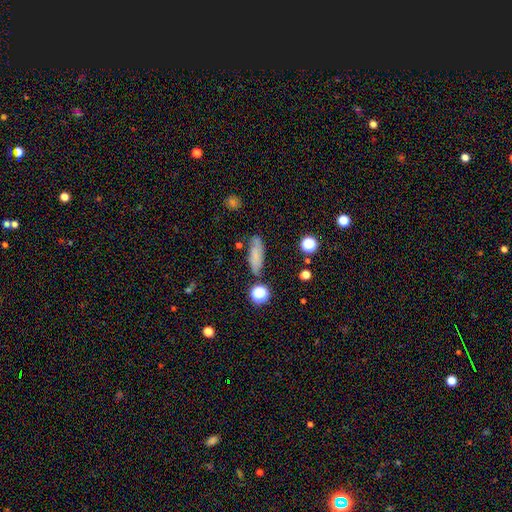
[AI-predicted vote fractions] Smooth or featured?
  - smooth: 69% *
  - featured or disk: 18%
  - star or artifact: 13%
How rounded?
  - in between: 57% *
  - cigar-shaped: 39%
  - round: 5%
Merging?
  - none: 72% *
  - minor disturbance: 18%
  - major disturbance: 5%
  - merger: 5%